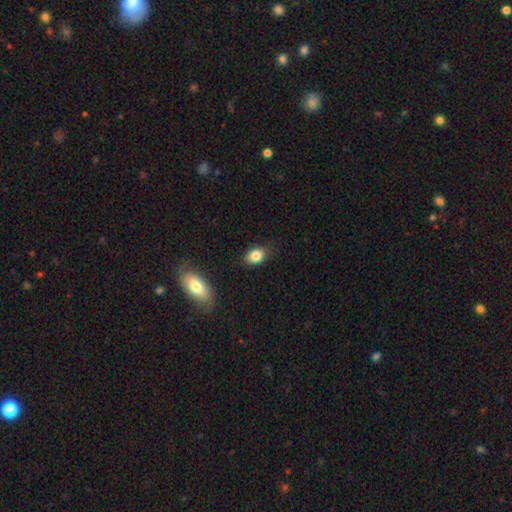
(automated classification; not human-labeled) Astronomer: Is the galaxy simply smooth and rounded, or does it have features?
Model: smooth — 83%.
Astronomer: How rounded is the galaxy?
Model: in between — 74%.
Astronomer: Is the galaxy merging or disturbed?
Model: none — 79%.